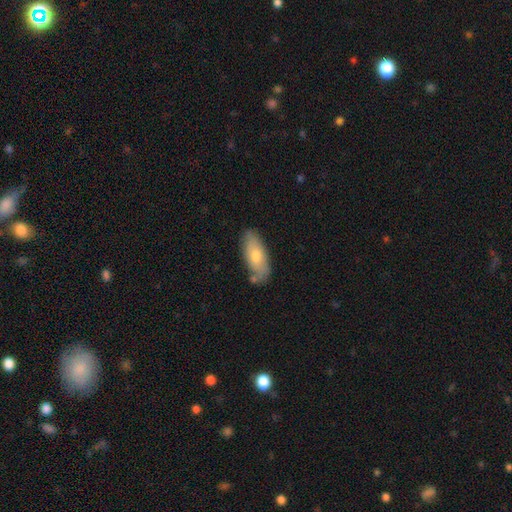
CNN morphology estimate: Overall: smooth (68%). How rounded: in between (82%). Merging: none (73%).